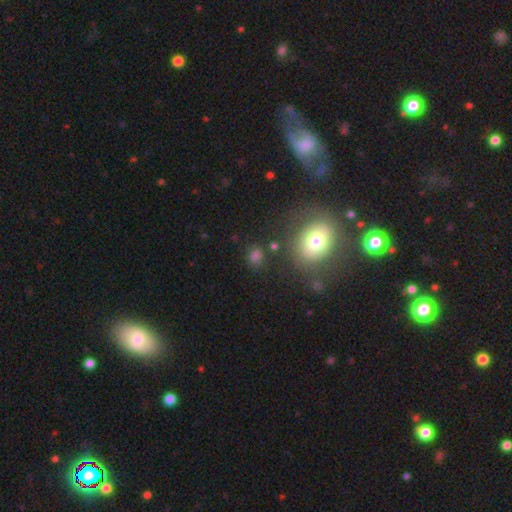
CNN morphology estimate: smooth_or_featured: smooth (p=0.68) [alt: star or artifact p=0.19]
how_rounded: round (p=0.66) [alt: in between p=0.32]
merging: none (p=0.75) [alt: minor disturbance p=0.13]